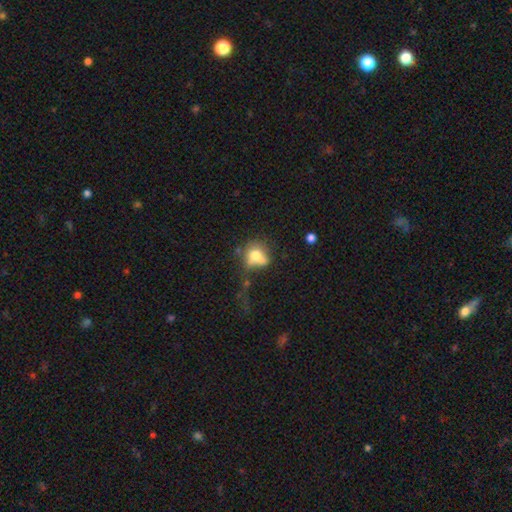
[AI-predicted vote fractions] A smooth galaxy with no disk features (67%) that is round (63%).

Vote fractions:
- Smooth or featured? smooth: 67% / featured or disk: 21% / star or artifact: 12%
- How rounded? round: 63% / in between: 35% / cigar-shaped: 2%
- Merging? none: 34% / merger: 23% / major disturbance: 23% / minor disturbance: 21%